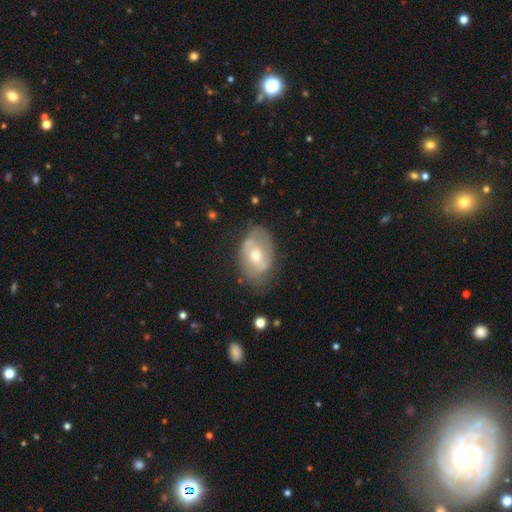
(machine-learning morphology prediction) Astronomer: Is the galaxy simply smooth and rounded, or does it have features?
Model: featured or disk — 61%.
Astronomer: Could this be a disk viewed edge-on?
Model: no — 94%.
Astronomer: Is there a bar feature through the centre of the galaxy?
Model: no — 41% (runner-up: weak, 40%).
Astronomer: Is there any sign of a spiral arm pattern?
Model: yes — 64%.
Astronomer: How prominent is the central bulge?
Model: moderate — 53% (runner-up: small, 42%).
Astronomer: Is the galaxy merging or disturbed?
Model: none — 64%.